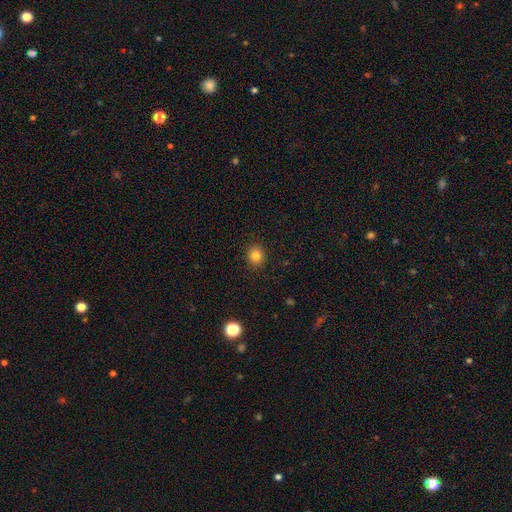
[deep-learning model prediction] Smooth or featured?
  - smooth: 82% *
  - star or artifact: 12%
  - featured or disk: 6%
How rounded?
  - round: 75% *
  - in between: 24%
  - cigar-shaped: 1%
Merging?
  - none: 90% *
  - minor disturbance: 7%
  - major disturbance: 2%
  - merger: 1%